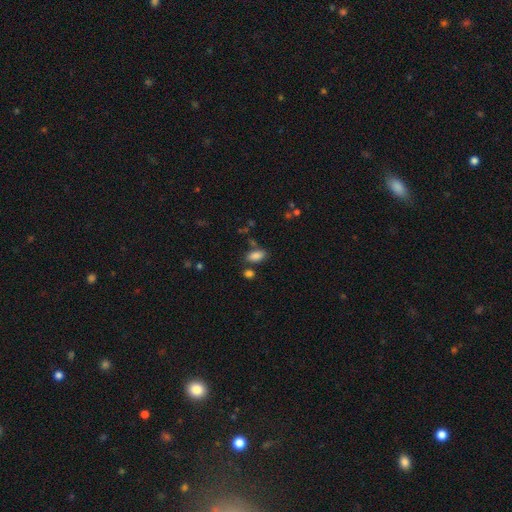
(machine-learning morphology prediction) smooth 86%, star or artifact 10%, featured or disk 5%. Down the decision tree: how rounded — in between (92%); merging — none (73%).